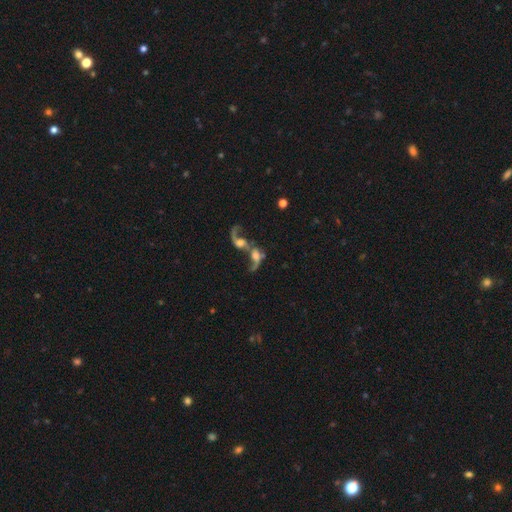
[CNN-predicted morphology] A featured or disk galaxy (62%) with no bar (67%), spiral arms (69%) and a moderate central bulge (40%).

Vote fractions:
- Smooth or featured? featured or disk: 62% / smooth: 27% / star or artifact: 11%
- Edge-on disk? no: 94% / yes: 6%
- Bar? no: 67% / weak: 25% / strong: 8%
- Spiral arms? yes: 69% / no: 31%
- Bulge size? moderate: 40% / large: 23% / small: 19% / none: 14% / dominant: 4%
- Merging? merger: 81% / major disturbance: 9% / none: 7% / minor disturbance: 3%